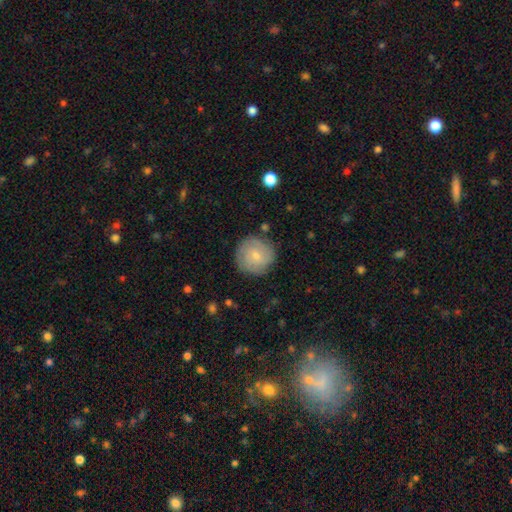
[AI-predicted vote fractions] The model was most divided on "smooth or featured": smooth: 61%, featured or disk: 32%, star or artifact: 7%. More confident: how rounded — round (95%); merging — none (83%).